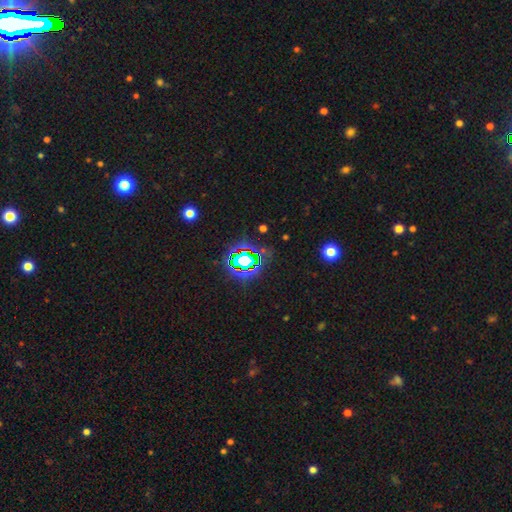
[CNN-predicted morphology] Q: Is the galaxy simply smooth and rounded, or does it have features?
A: star or artifact — 76%.